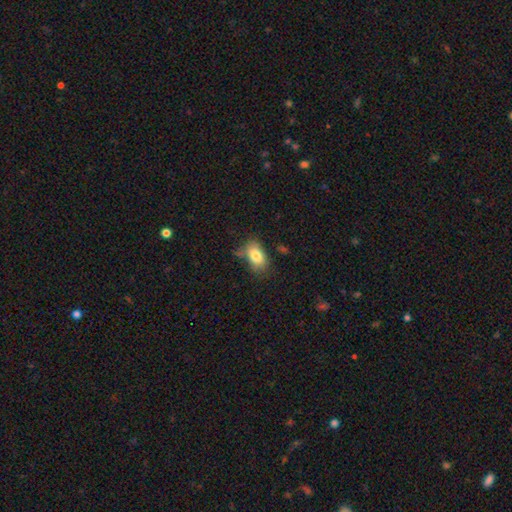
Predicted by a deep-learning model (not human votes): Q: Smooth or featured?
A: smooth (81%); runner-up: featured or disk (11%)
Q: How rounded?
A: in between (88%); runner-up: round (10%)
Q: Merging?
A: none (60%); runner-up: minor disturbance (27%)